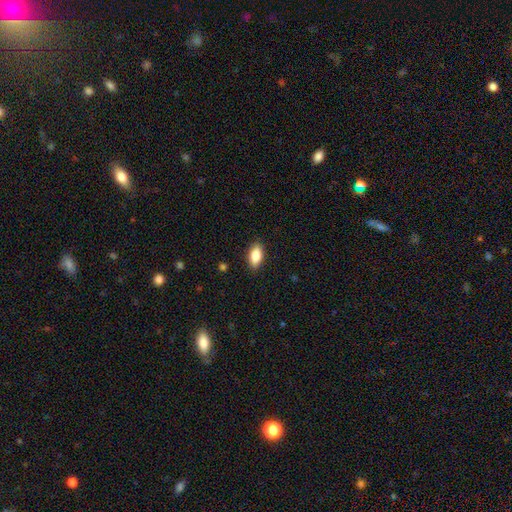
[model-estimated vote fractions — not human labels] Smooth or featured? smooth (82%)
How rounded? in between (88%)
Merging? none (88%)